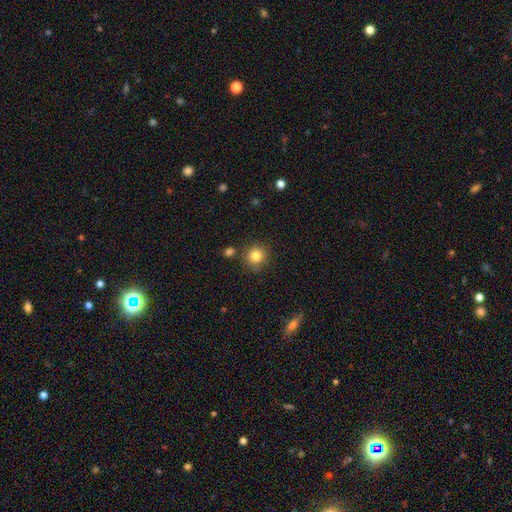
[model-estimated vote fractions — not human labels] Smooth or featured? smooth (83%)
How rounded? round (90%)
Merging? none (83%)